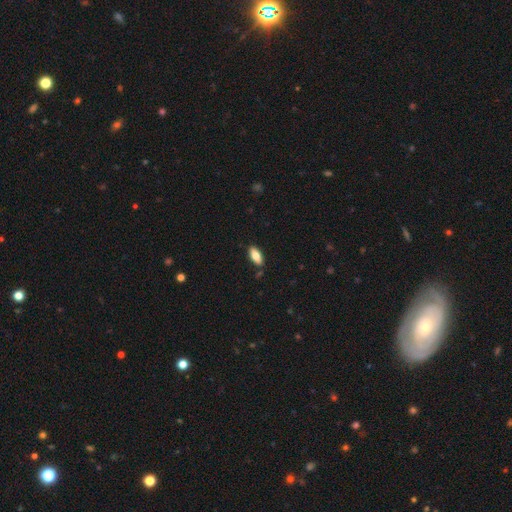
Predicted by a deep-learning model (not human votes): Overall: smooth (79%). How rounded: in between (84%). Merging: none (85%).